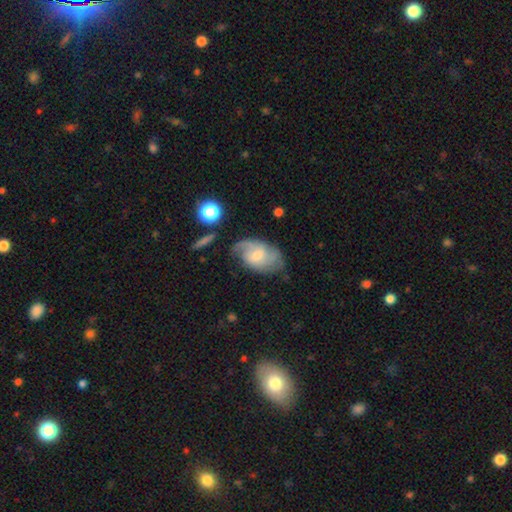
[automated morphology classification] type=featured or disk (68%); edge-on=no (95%); bar=no (54%); spiral arms=yes (91%); winding=medium (44%); arm count=2 (52%); bulge=small (46%); merging=none (63%).